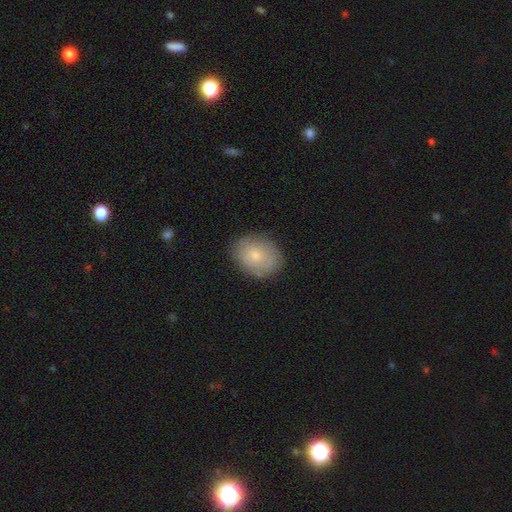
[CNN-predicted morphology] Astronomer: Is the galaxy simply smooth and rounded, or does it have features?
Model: smooth — 70%.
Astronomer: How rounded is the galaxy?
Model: in between — 59% (runner-up: round, 40%).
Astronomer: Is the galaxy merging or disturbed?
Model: none — 80%.